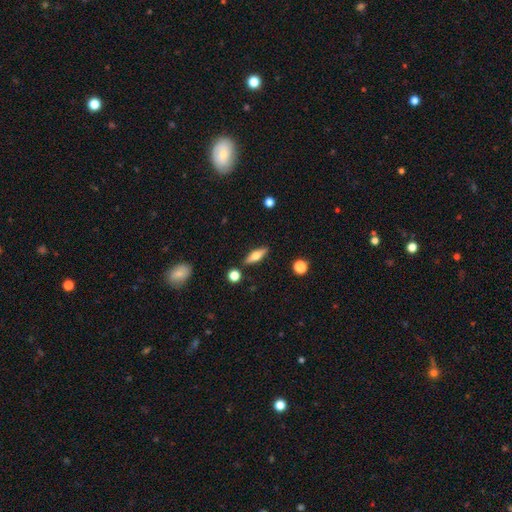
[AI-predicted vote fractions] The model was most divided on "smooth or featured": featured or disk: 50%, smooth: 43%, star or artifact: 7%. More confident: merging — none (87%).